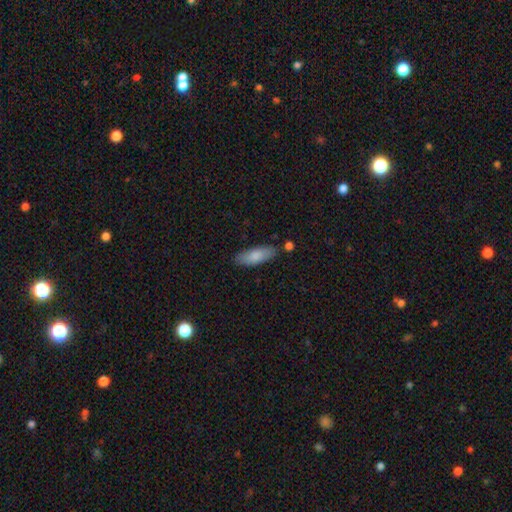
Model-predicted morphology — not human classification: smooth 83%, featured or disk 11%, star or artifact 6%. Down the decision tree: how rounded — in between (66%); merging — none (79%).